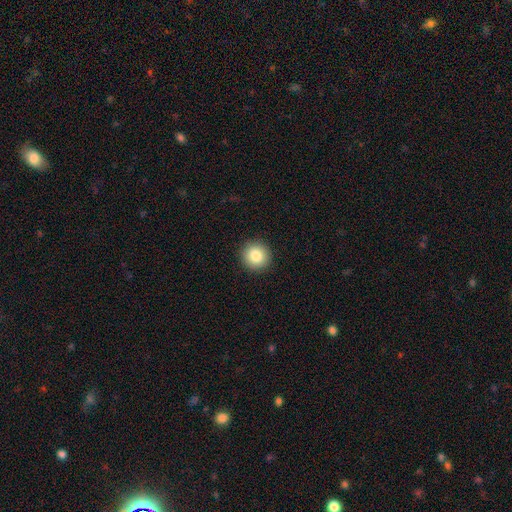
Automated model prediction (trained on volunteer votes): A smooth galaxy with no disk features (85%) that is round (93%).

Vote fractions:
- Smooth or featured? smooth: 85% / star or artifact: 9% / featured or disk: 6%
- How rounded? round: 93% / in between: 6% / cigar-shaped: 1%
- Merging? none: 92% / minor disturbance: 5% / major disturbance: 2% / merger: 1%